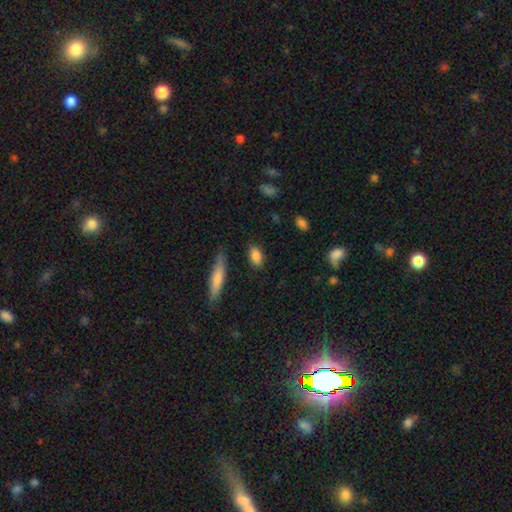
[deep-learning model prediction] A smooth galaxy with no disk features (85%) that is in between round and cigar-shaped (85%).

Vote fractions:
- Smooth or featured? smooth: 85% / star or artifact: 8% / featured or disk: 7%
- How rounded? in between: 85% / cigar-shaped: 8% / round: 7%
- Merging? none: 82% / minor disturbance: 13% / major disturbance: 3% / merger: 2%